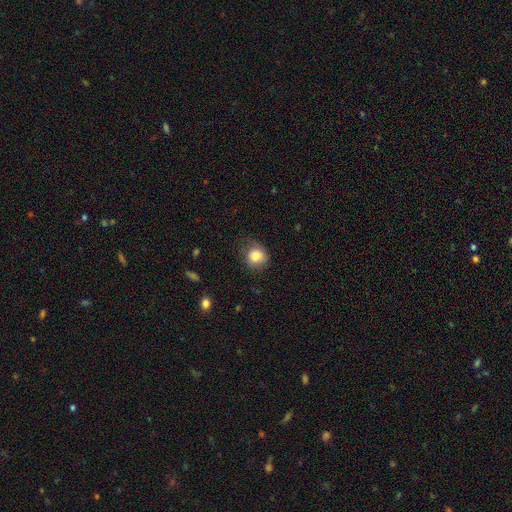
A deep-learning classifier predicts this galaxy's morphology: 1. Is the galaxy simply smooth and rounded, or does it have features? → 83% smooth, 9% star or artifact, 8% featured or disk.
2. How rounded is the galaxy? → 78% round, 21% in between, 1% cigar-shaped.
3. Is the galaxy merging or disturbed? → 66% none, 25% minor disturbance, 8% major disturbance, 1% merger.